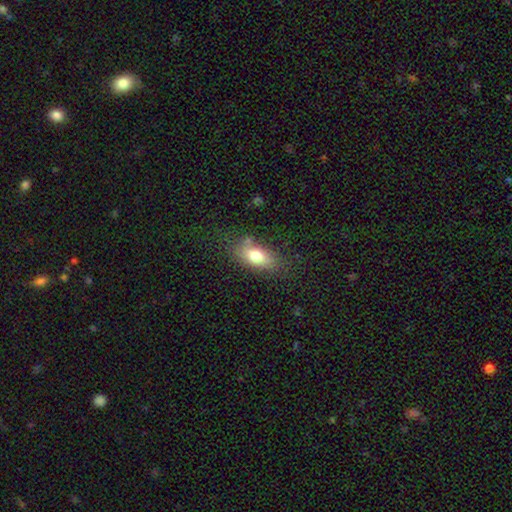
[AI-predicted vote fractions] Q: Smooth or featured?
A: smooth (75%); runner-up: featured or disk (16%)
Q: How rounded?
A: in between (84%); runner-up: cigar-shaped (9%)
Q: Merging?
A: none (75%); runner-up: minor disturbance (17%)